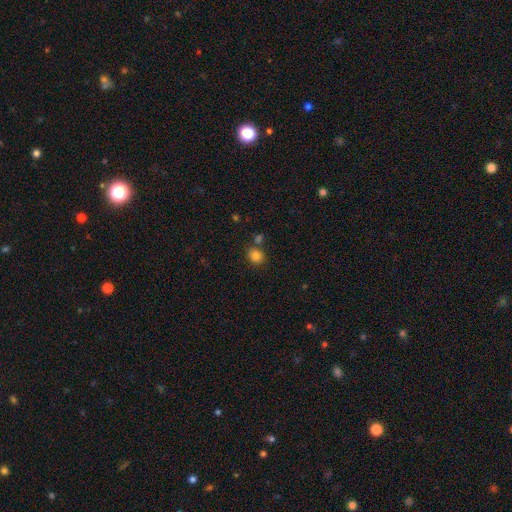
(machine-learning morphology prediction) The model was most divided on "how rounded": round: 72%, in between: 27%, cigar-shaped: 1%. More confident: smooth or featured — smooth (82%); merging — none (75%).